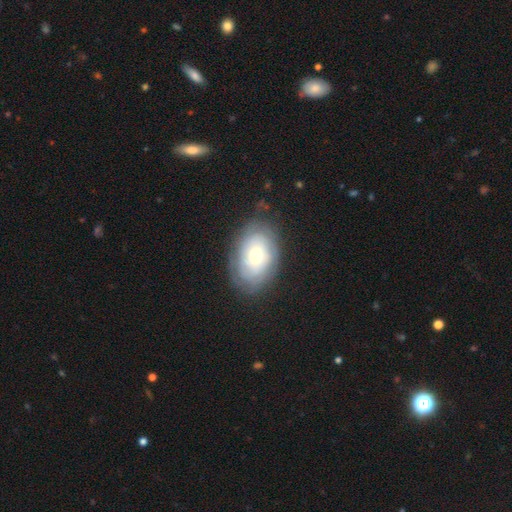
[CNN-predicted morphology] Overall: featured or disk (54%; smooth 39%). Edge-on disk: no (94%). Bar: no (82%). Spiral arms: yes (63%; no 37%). Bulge size: moderate (63%; small 28%). Merging: none (76%).